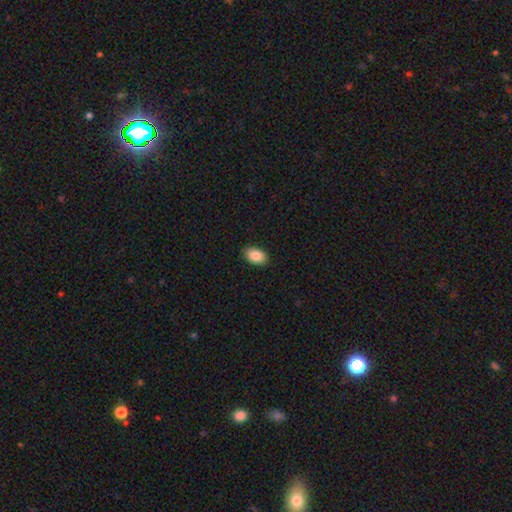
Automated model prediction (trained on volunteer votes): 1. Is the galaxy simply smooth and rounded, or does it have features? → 87% smooth, 7% star or artifact, 6% featured or disk.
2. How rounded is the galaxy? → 89% in between, 10% round, 1% cigar-shaped.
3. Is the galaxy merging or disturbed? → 89% none, 8% minor disturbance, 2% major disturbance, 1% merger.